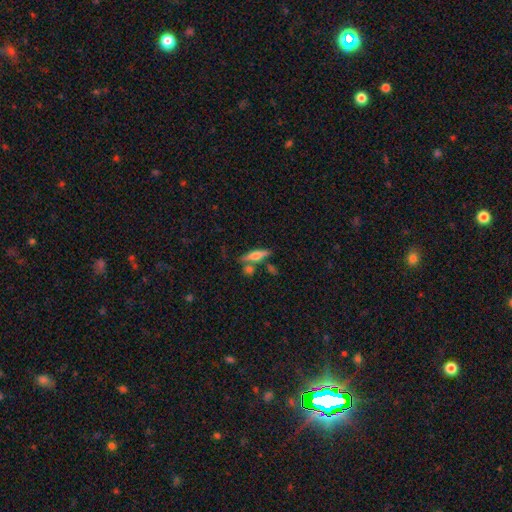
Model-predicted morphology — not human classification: type=featured or disk (50%); edge-on=yes (94%); merging=none (70%).